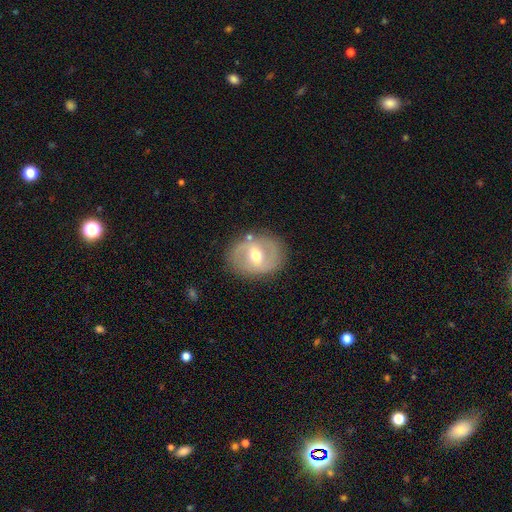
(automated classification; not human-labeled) This appears to be a featured or disk galaxy (65%) with a weak bar (49%), spiral arms (61%) and a moderate central bulge (74%). Merging: none (80%).